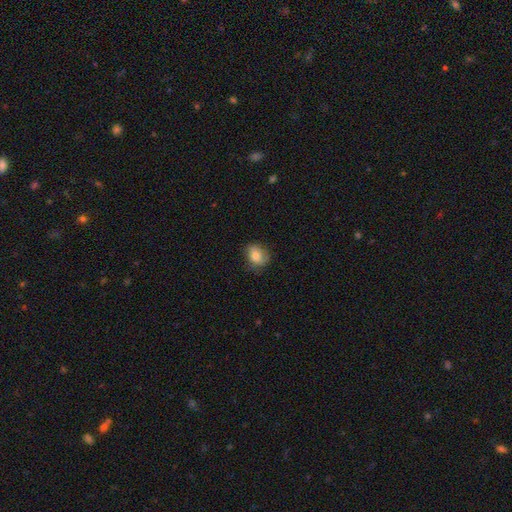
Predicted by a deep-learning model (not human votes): smooth-or-featured: smooth: 71% | featured or disk: 20% | star or artifact: 9%
  how-rounded: in between: 53% | round: 45% | cigar-shaped: 1%
  merging: none: 68% | minor disturbance: 24% | major disturbance: 7% | merger: 1%